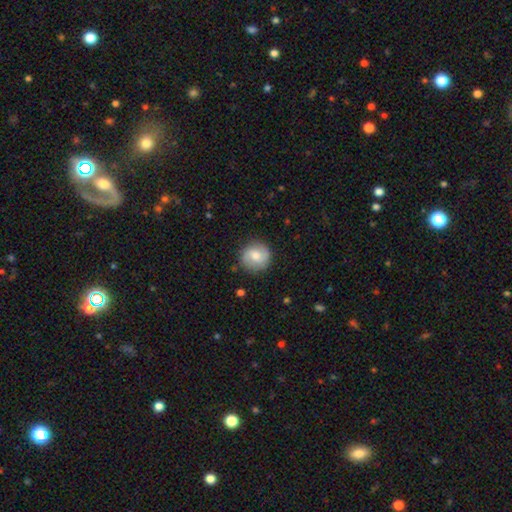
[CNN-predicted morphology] A smooth galaxy with no disk features (55%) that is round (91%).

Vote fractions:
- Smooth or featured? smooth: 55% / featured or disk: 38% / star or artifact: 7%
- How rounded? round: 91% / in between: 8% / cigar-shaped: 1%
- Merging? none: 84% / minor disturbance: 11% / major disturbance: 3% / merger: 1%